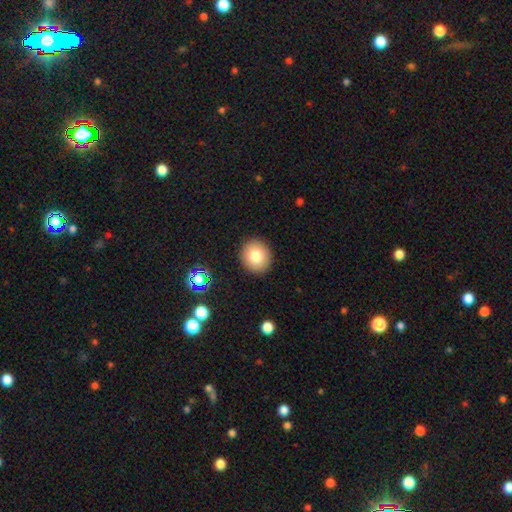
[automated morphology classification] A smooth galaxy with no disk features (79%) that is round (81%). Merging: none (90%).